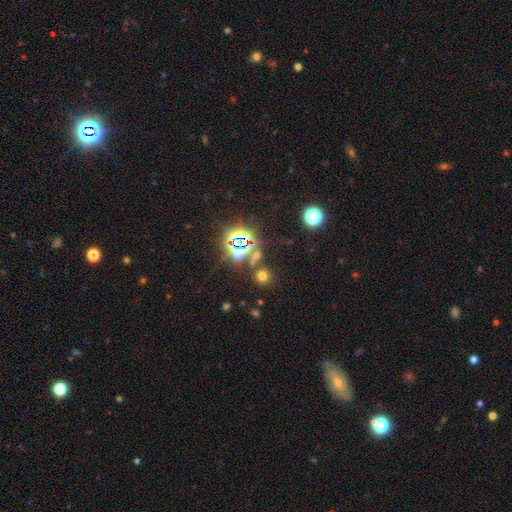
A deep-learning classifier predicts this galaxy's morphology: smooth-or-featured: star or artifact: 59% | smooth: 34% | featured or disk: 8%